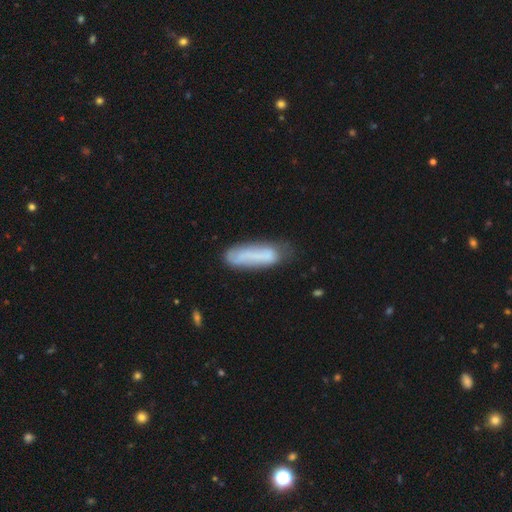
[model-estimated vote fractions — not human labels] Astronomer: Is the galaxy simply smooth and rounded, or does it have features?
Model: smooth — 65%.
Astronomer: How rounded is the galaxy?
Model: cigar-shaped — 57% (runner-up: in between, 42%).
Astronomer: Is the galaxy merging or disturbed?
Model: none — 52% (runner-up: minor disturbance, 30%).